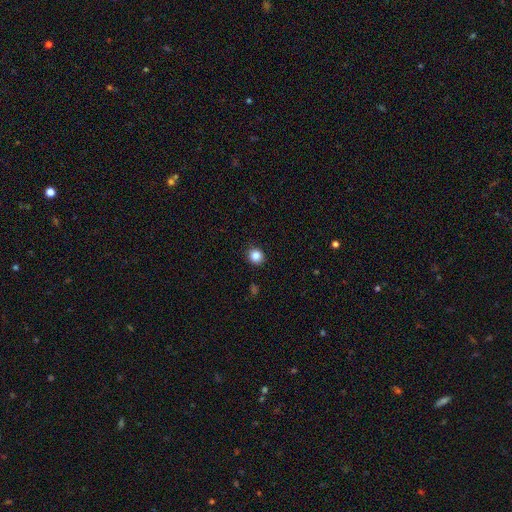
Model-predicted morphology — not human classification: A smooth galaxy with no disk features (85%) that is round (88%).

Vote fractions:
- Smooth or featured? smooth: 85% / star or artifact: 11% / featured or disk: 4%
- How rounded? round: 88% / in between: 12% / cigar-shaped: 1%
- Merging? none: 90% / minor disturbance: 7% / major disturbance: 2% / merger: 1%